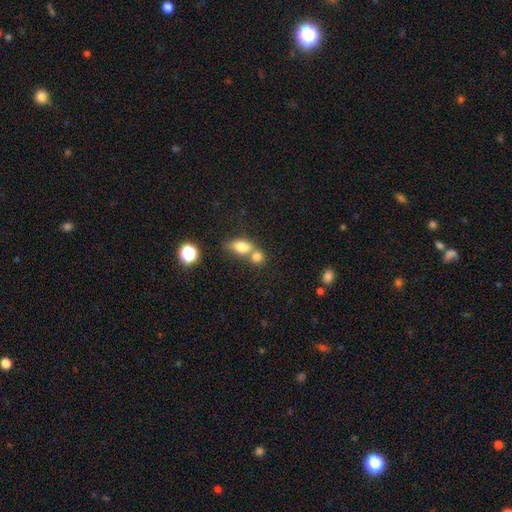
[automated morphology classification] Overall: smooth (71%). How rounded: in between (63%; round 30%). Merging: merger (53%; none 34%).